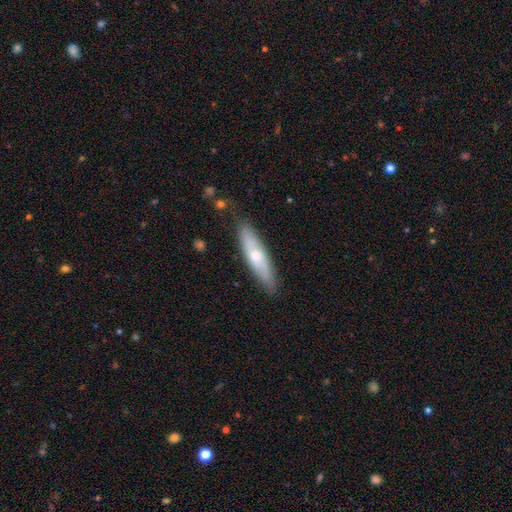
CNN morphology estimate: Smooth or featured: smooth — 56% (featured or disk — 39%)
How rounded: cigar-shaped — 70% (in between — 28%)
Merging: none — 82% (minor disturbance — 14%)